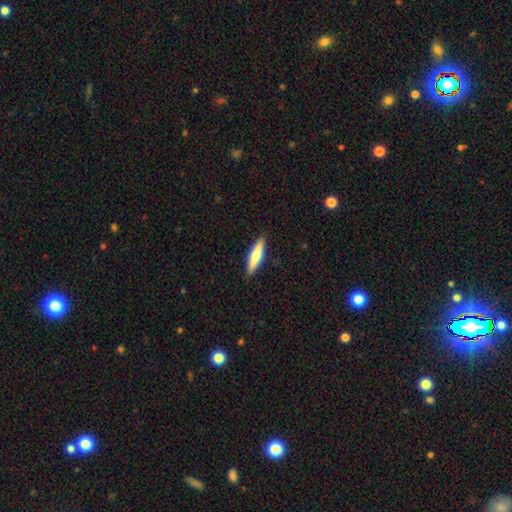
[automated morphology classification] smooth 61%, featured or disk 34%, star or artifact 5%. Down the decision tree: how rounded — cigar-shaped (77%); merging — none (90%).